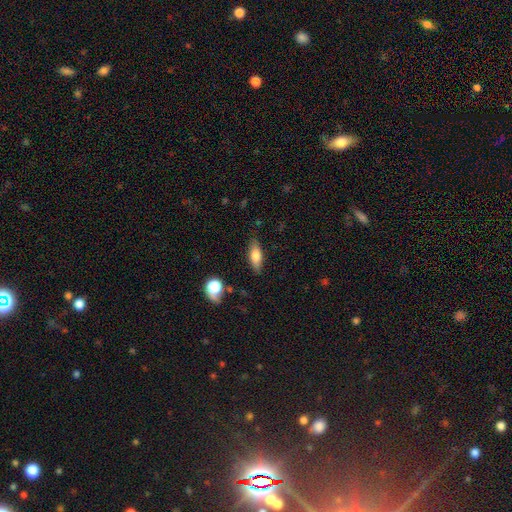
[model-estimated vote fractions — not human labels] smooth_or_featured: smooth (p=0.69) [alt: featured or disk p=0.24]
how_rounded: in between (p=0.68) [alt: cigar-shaped p=0.28]
merging: none (p=0.81) [alt: minor disturbance p=0.13]